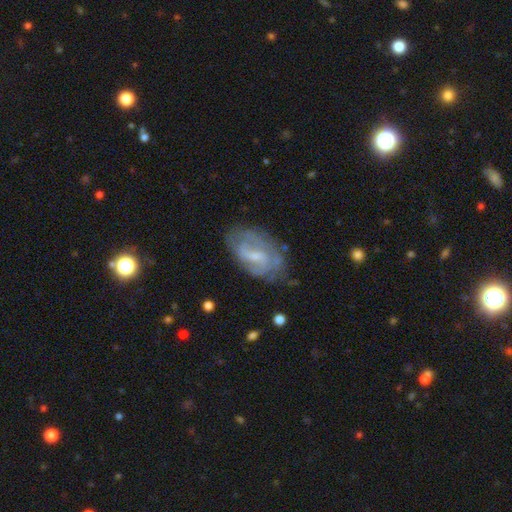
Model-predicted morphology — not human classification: featured or disk 66%, smooth 26%, star or artifact 8%. Down the decision tree: edge-on disk — no (95%); bar — weak (54%); spiral arms — yes (72%); bulge size — small (51%); merging — none (61%).